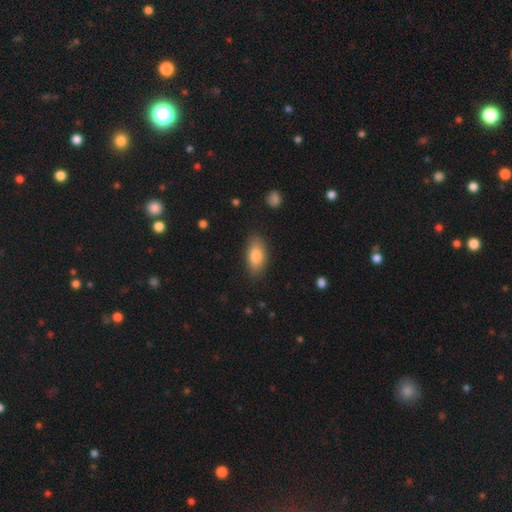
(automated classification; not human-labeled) This is clearly a smooth galaxy (83%). How rounded: clearly in between (89%). Merging: clearly none (84%).